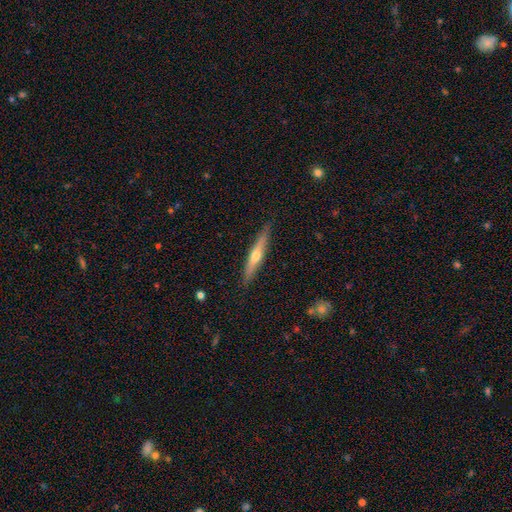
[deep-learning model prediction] Q: Smooth or featured?
A: featured or disk (59%); runner-up: smooth (35%)
Q: Edge-on disk?
A: yes (95%); runner-up: no (5%)
Q: Edge-on bulge?
A: rounded (86%); runner-up: none (11%)
Q: Merging?
A: none (87%); runner-up: minor disturbance (10%)